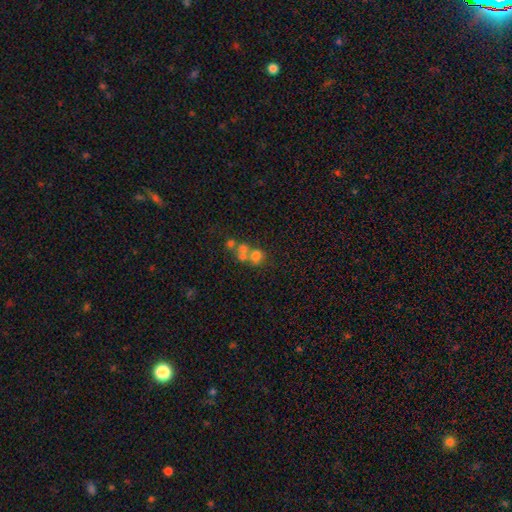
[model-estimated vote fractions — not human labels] smooth_or_featured: smooth (p=0.60) [alt: featured or disk p=0.23]
how_rounded: round (p=0.70) [alt: in between p=0.28]
merging: merger (p=0.55) [alt: none p=0.32]